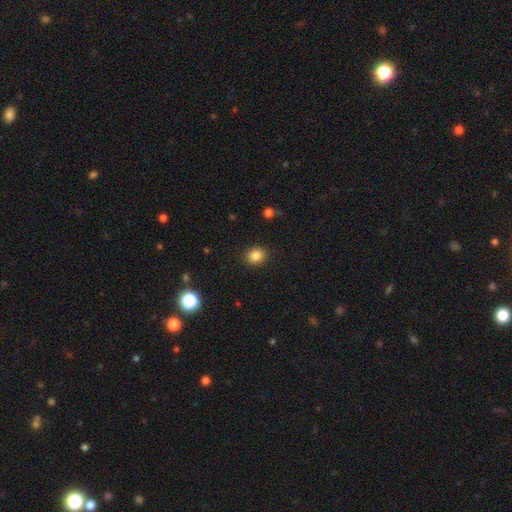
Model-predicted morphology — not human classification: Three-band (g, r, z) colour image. It shows a smooth galaxy with no disk features (84%) that is round (70%). Merging: none (90%).